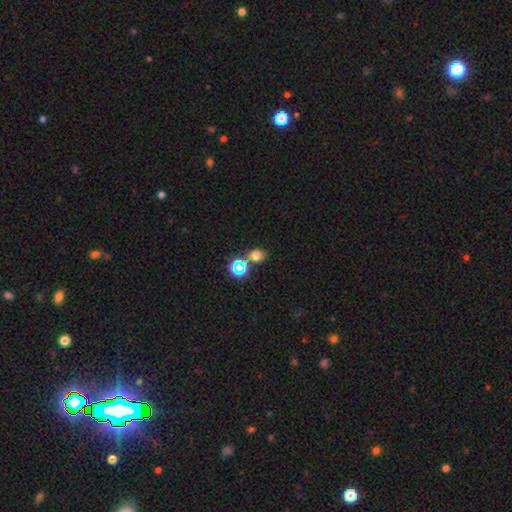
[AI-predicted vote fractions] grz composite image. It shows a smooth galaxy with no disk features (66%) that is round (61%). Merging: none (65%).